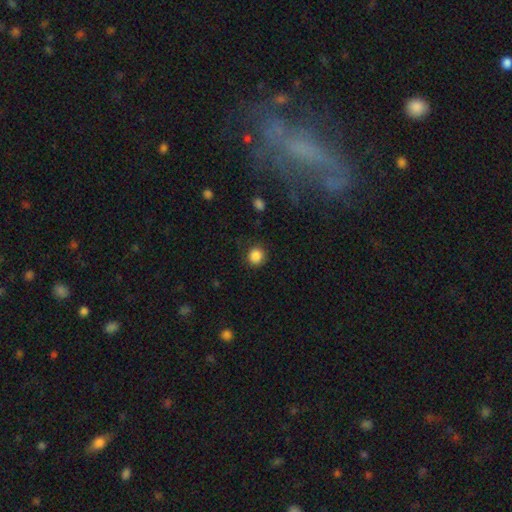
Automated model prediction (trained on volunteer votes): The model was most divided on "merging": none: 85%, minor disturbance: 10%, major disturbance: 4%, merger: 1%. More confident: how rounded — round (91%); smooth or featured — smooth (87%).